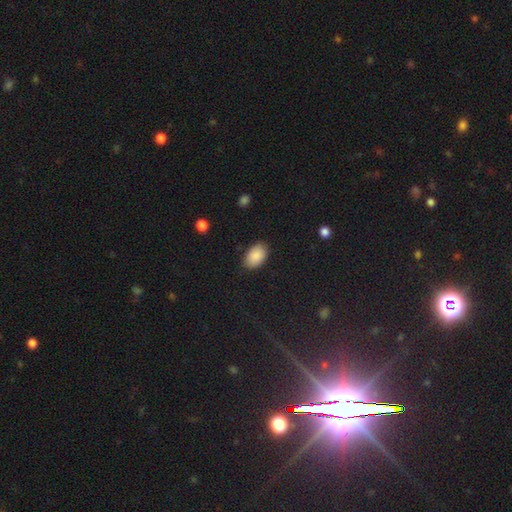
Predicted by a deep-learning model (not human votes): This is clearly a smooth galaxy (90%). How rounded: clearly in between (91%). Merging: clearly none (84%).